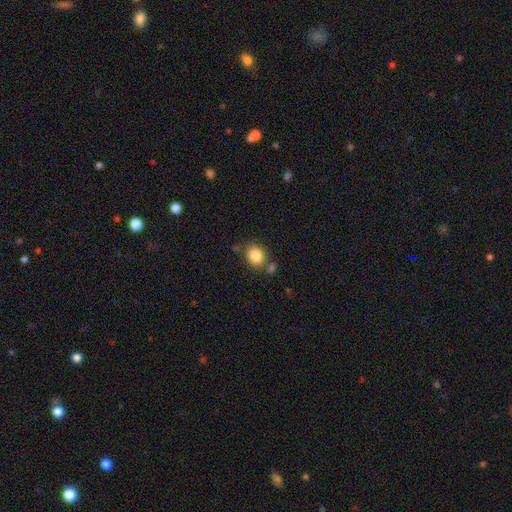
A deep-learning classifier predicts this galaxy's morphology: smooth_or_featured: smooth (p=0.84) [alt: star or artifact p=0.09]
how_rounded: round (p=0.60) [alt: in between p=0.39]
merging: none (p=0.71) [alt: minor disturbance p=0.13]